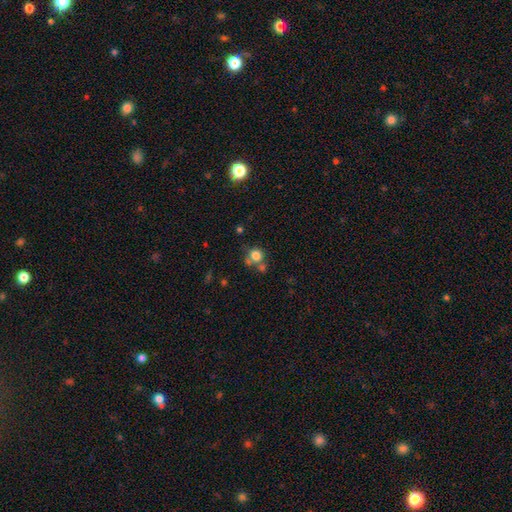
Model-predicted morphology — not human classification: The model was most divided on "merging": none: 54%, merger: 26%, minor disturbance: 13%, major disturbance: 6%. More confident: how rounded — round (85%); smooth or featured — smooth (78%).